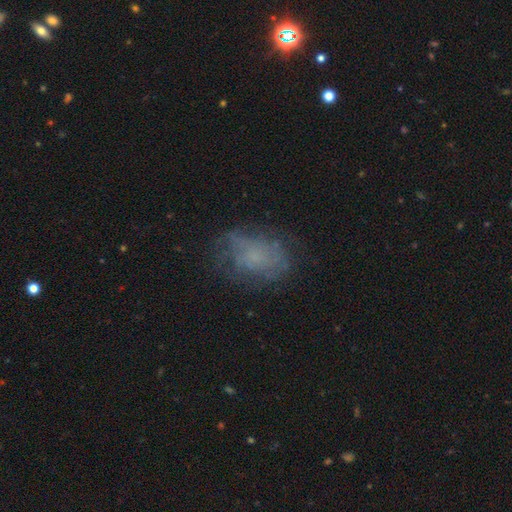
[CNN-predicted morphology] smooth-or-featured: smooth: 47% | featured or disk: 37% | star or artifact: 16%
  merging: none: 62% | minor disturbance: 22% | major disturbance: 15% | merger: 2%